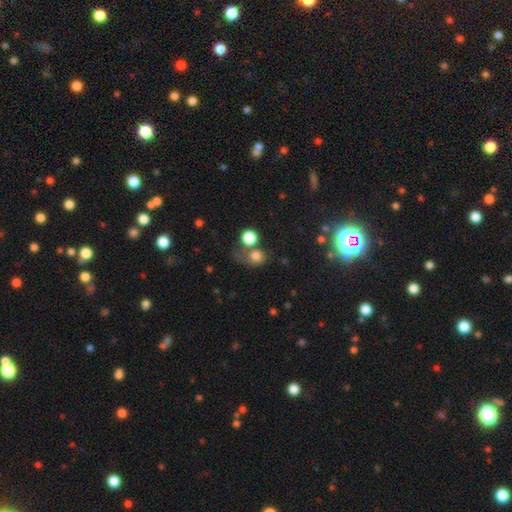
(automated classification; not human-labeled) This is likely a smooth galaxy (76%). How rounded: likely round (73%). Merging: marginally none (41%).